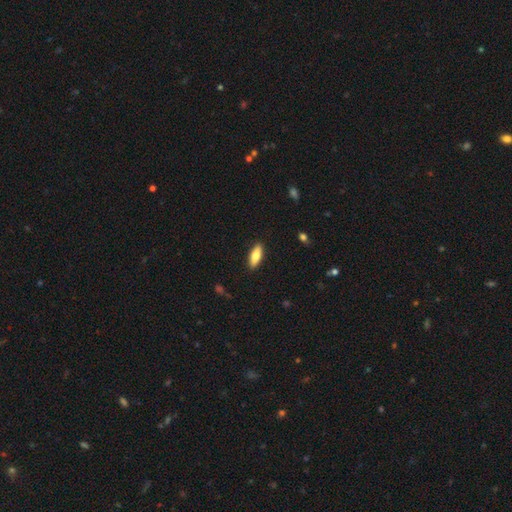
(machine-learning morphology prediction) Smooth or featured? Predicted: smooth (p=0.76). How rounded? Predicted: in between (p=0.67). Merging? Predicted: none (p=0.89).